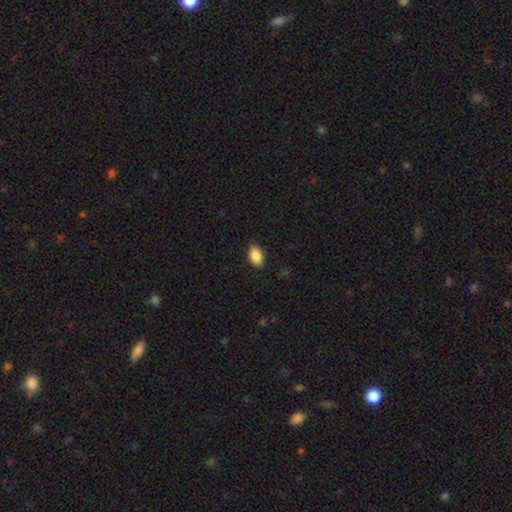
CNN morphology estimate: This is clearly a smooth galaxy (89%). How rounded: clearly in between (92%). Merging: clearly none (87%).